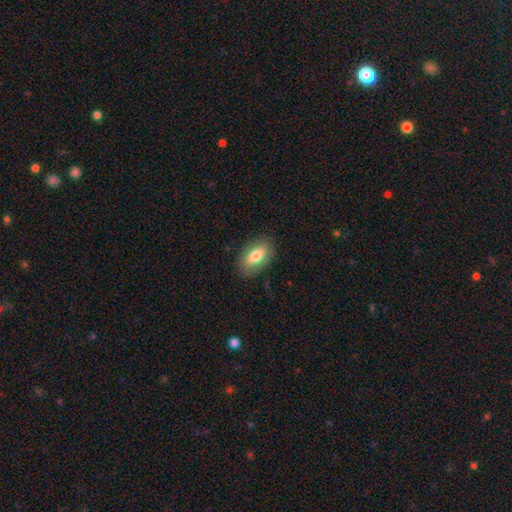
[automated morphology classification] Smooth or featured? Predicted: smooth (p=0.73). How rounded? Predicted: in between (p=0.90). Merging? Predicted: none (p=0.84).